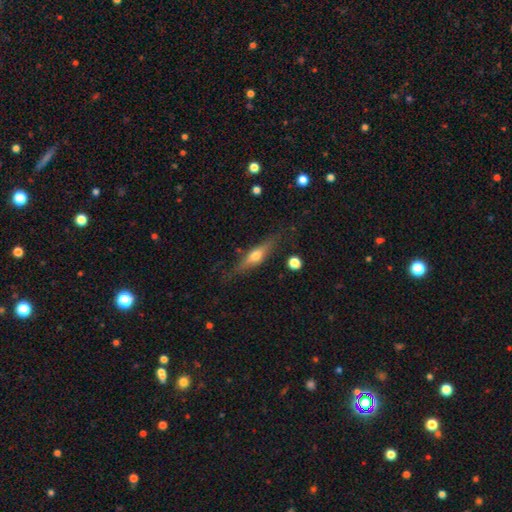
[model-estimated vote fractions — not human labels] smooth-or-featured: featured or disk: 54% | smooth: 39% | star or artifact: 7%
  disk-edge-on: yes: 91% | no: 9%
  merging: none: 78% | minor disturbance: 15% | major disturbance: 4% | merger: 2%